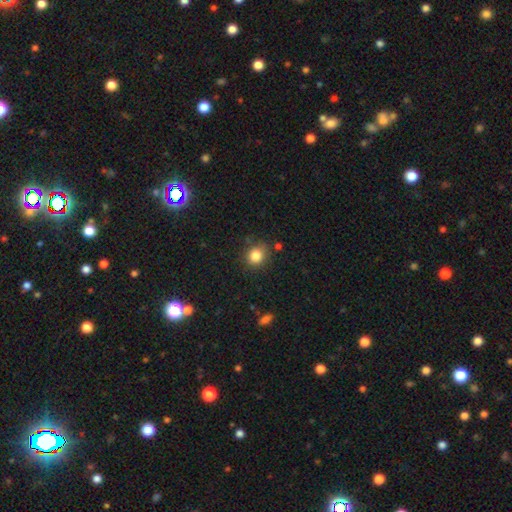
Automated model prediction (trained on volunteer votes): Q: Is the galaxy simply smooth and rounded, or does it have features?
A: smooth — 84%.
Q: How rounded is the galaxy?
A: round — 80%.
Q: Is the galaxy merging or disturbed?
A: none — 82%.